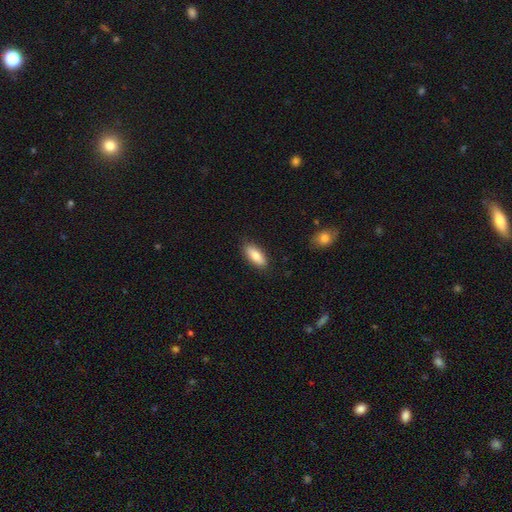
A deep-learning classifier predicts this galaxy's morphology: smooth-or-featured: smooth: 81% | featured or disk: 13% | star or artifact: 6%
  how-rounded: in between: 78% | cigar-shaped: 20% | round: 2%
  merging: none: 86% | minor disturbance: 11% | major disturbance: 2% | merger: 1%